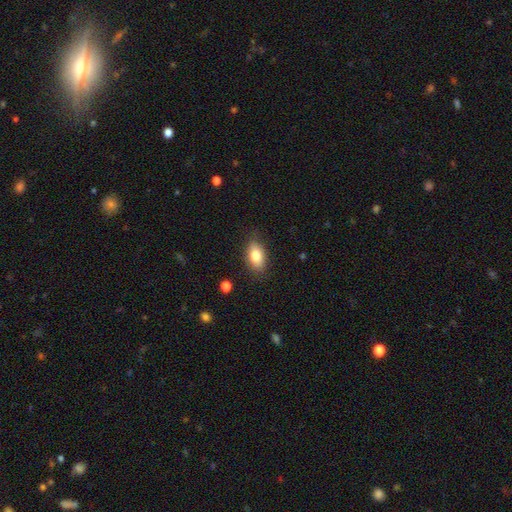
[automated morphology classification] This appears to be a smooth galaxy with no disk features (82%) that is in between round and cigar-shaped (89%). Merging: none (83%).